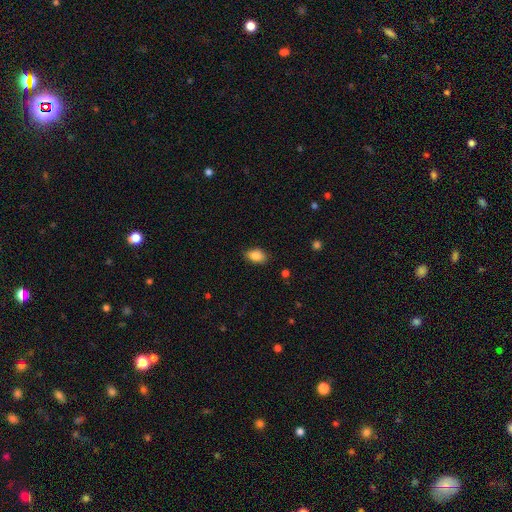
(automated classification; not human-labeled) Smooth or featured: smooth — 86% (star or artifact — 8%)
How rounded: in between — 86% (round — 12%)
Merging: none — 84% (minor disturbance — 12%)